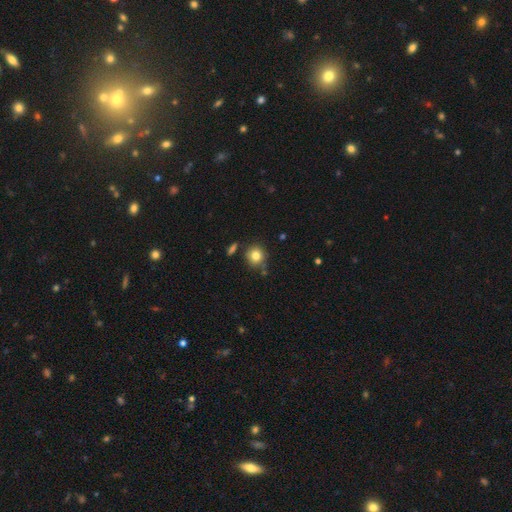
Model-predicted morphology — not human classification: This appears to be a smooth galaxy with no disk features (81%) that is round (89%). Merging: none (78%).